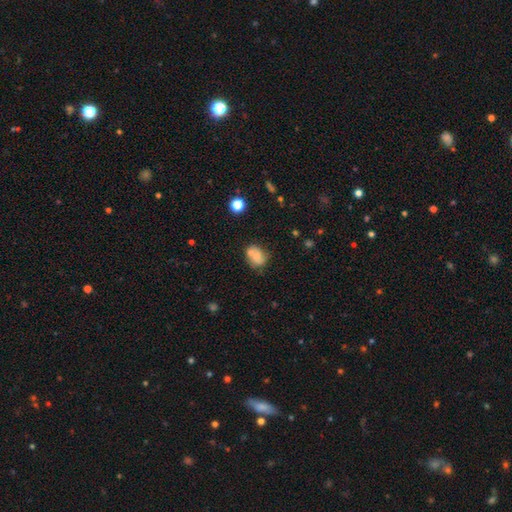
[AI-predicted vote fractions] A smooth galaxy with no disk features (57%) that is in between round and cigar-shaped (56%).

Vote fractions:
- Smooth or featured? smooth: 57% / featured or disk: 32% / star or artifact: 11%
- How rounded? in between: 56% / round: 42% / cigar-shaped: 1%
- Merging? merger: 39% (tied) / none: 39% (tied) / minor disturbance: 16% / major disturbance: 7%